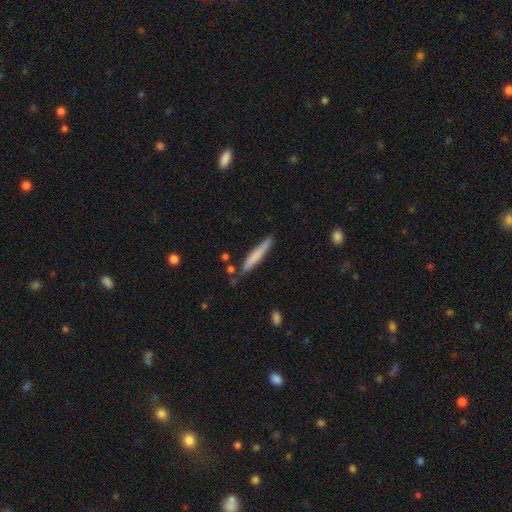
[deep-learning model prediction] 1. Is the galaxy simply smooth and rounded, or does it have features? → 70% smooth, 25% featured or disk, 6% star or artifact.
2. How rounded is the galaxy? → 94% cigar-shaped, 4% in between, 1% round.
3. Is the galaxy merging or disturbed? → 78% none, 15% minor disturbance, 4% merger, 3% major disturbance.